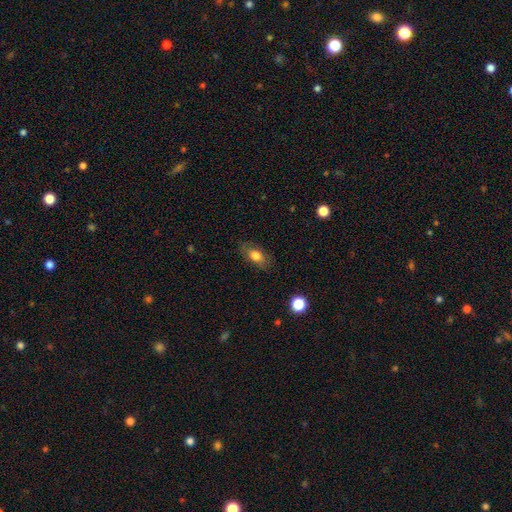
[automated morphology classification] Smooth or featured? Predicted: smooth (p=0.74). How rounded? Predicted: in between (p=0.85). Merging? Predicted: none (p=0.79).